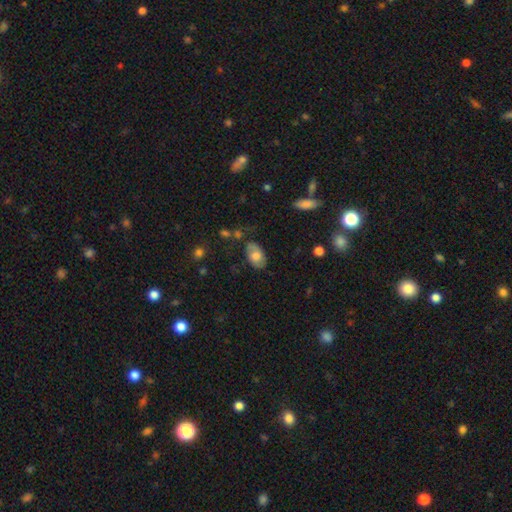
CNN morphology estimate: The model was most divided on "smooth or featured": smooth: 64%, featured or disk: 28%, star or artifact: 8%. More confident: how rounded — in between (90%); merging — none (68%).